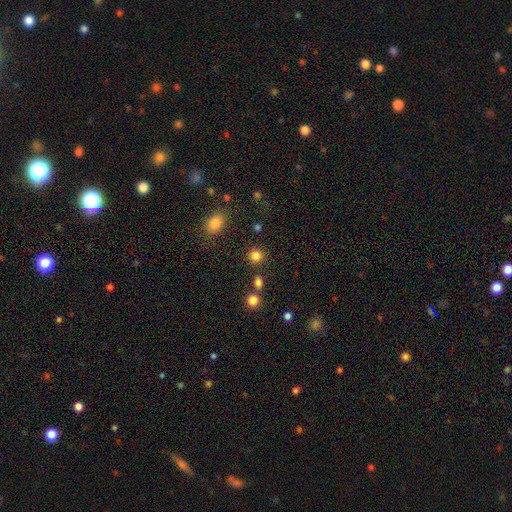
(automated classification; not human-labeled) A smooth galaxy with no disk features (82%) that is round (88%). Merging: none (82%).